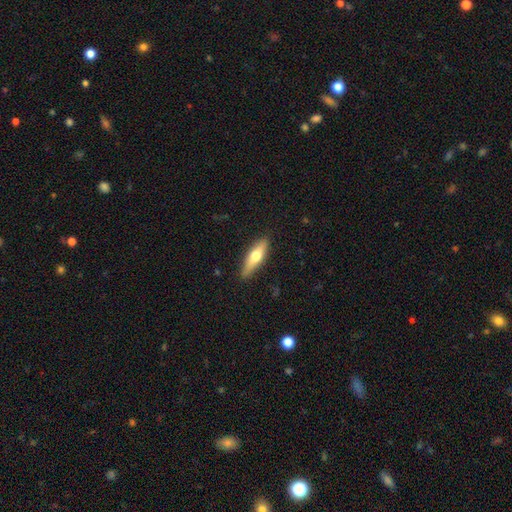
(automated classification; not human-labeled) The model was most divided on "smooth or featured": smooth: 55%, featured or disk: 39%, star or artifact: 6%. More confident: merging — none (87%); how rounded — cigar-shaped (60%).